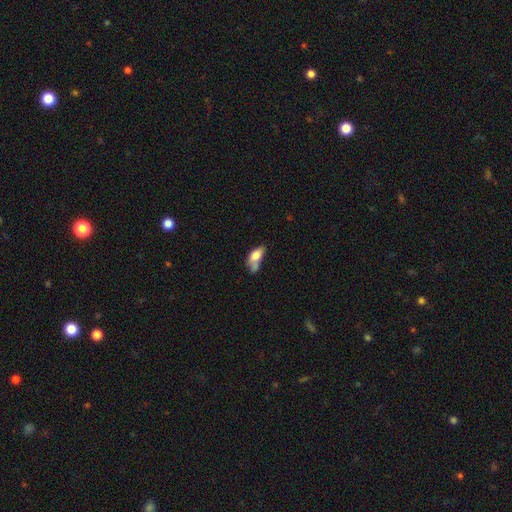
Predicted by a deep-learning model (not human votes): smooth 69%, featured or disk 23%, star or artifact 8%. Down the decision tree: how rounded — in between (82%); merging — merger (36%).